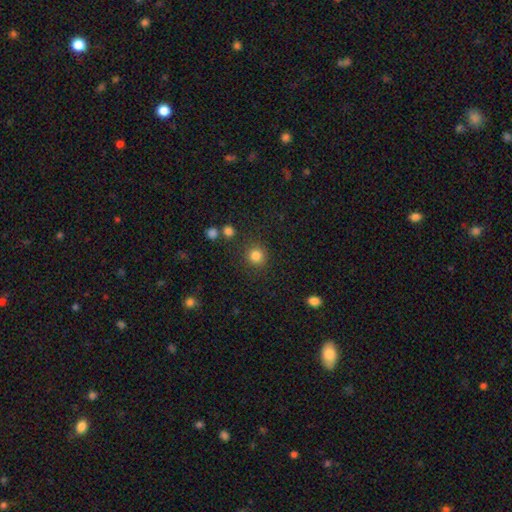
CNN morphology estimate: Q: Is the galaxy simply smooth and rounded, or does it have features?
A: smooth — 82%.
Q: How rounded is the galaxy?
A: round — 93%.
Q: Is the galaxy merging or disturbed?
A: none — 87%.